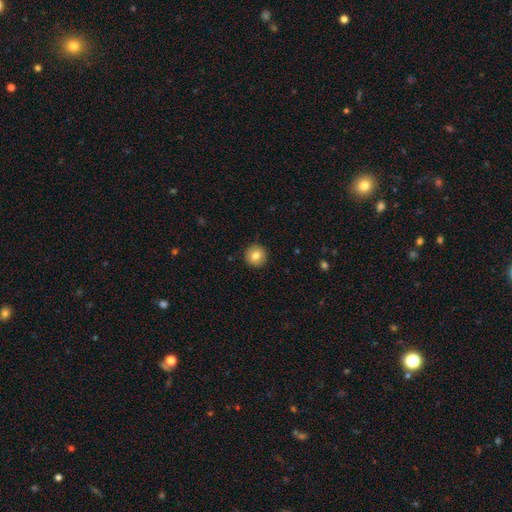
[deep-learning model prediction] Morphology: type=smooth (82%); roundness=round (95%); merging=none (92%).